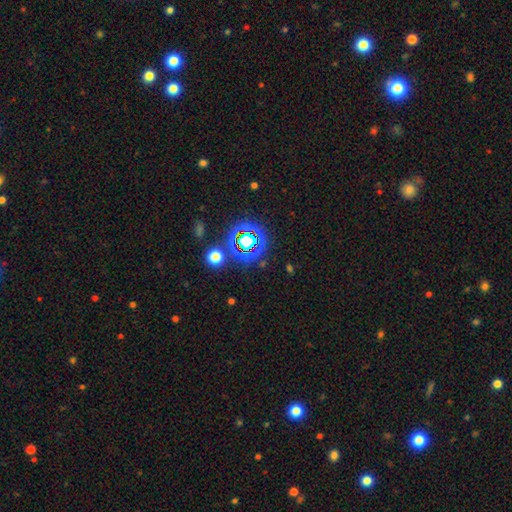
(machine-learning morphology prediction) type=star or artifact (75%).